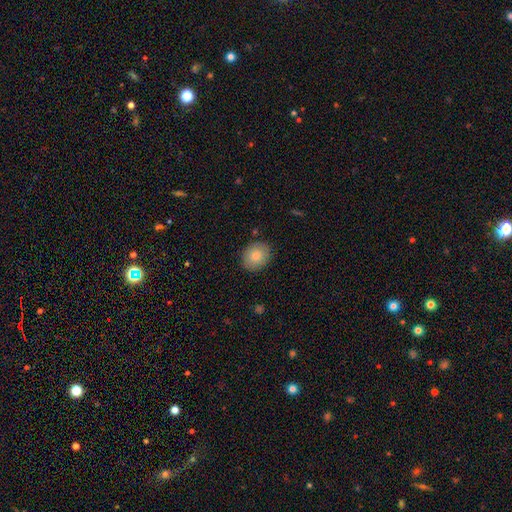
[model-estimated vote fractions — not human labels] smooth_or_featured: smooth (p=0.79) [alt: featured or disk p=0.13]
how_rounded: round (p=0.64) [alt: in between p=0.35]
merging: none (p=0.87) [alt: minor disturbance p=0.10]